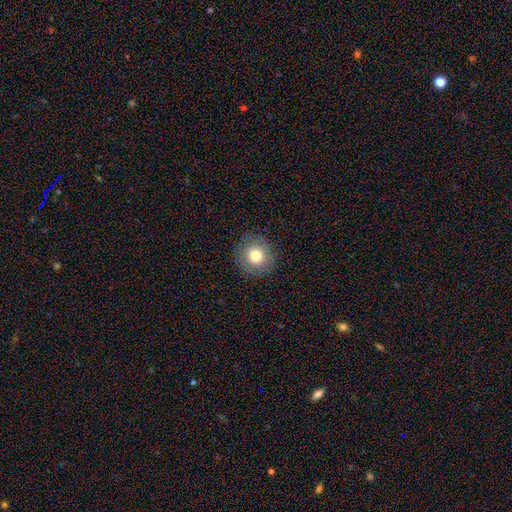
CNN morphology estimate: smooth-or-featured: smooth: 78% | featured or disk: 12% | star or artifact: 11%
  how-rounded: round: 92% | in between: 7% | cigar-shaped: 1%
  merging: none: 88% | minor disturbance: 8% | major disturbance: 3% | merger: 1%